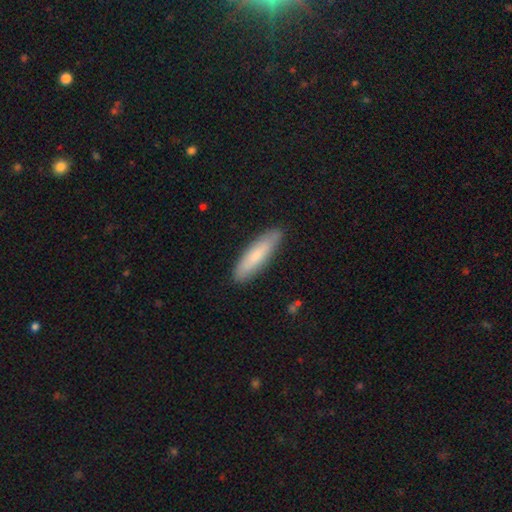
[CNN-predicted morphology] Smooth or featured: smooth — 76% (featured or disk — 18%)
How rounded: cigar-shaped — 72% (in between — 26%)
Merging: none — 88% (minor disturbance — 9%)